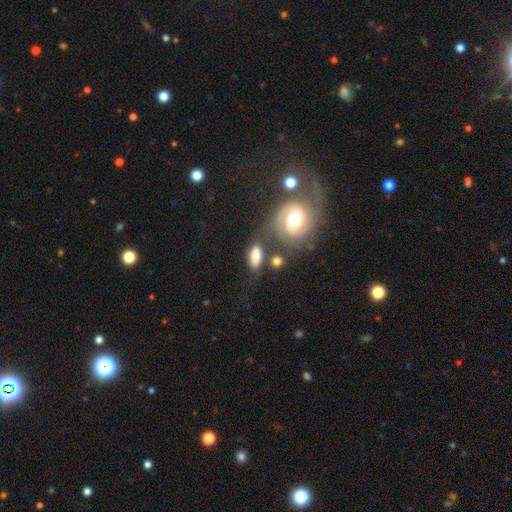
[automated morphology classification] Overall: smooth (67%). How rounded: in between (85%). Merging: none (57%; minor disturbance 19%).